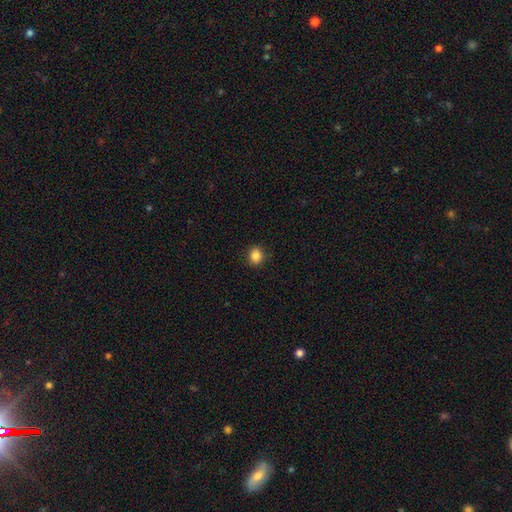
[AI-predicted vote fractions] Smooth or featured: smooth — 86% (star or artifact — 10%)
How rounded: round — 76% (in between — 23%)
Merging: none — 90% (minor disturbance — 7%)